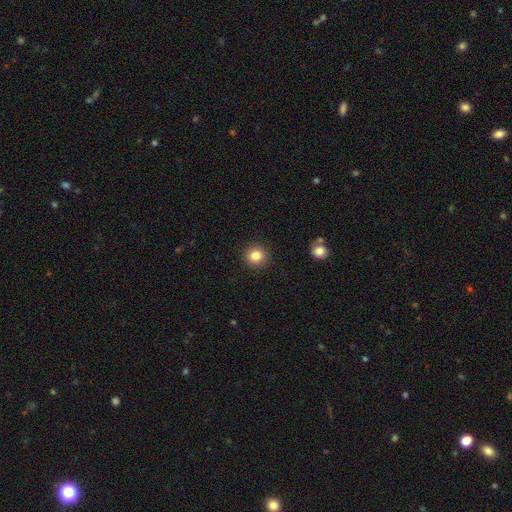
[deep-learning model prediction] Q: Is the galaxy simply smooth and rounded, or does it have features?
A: smooth — 83%.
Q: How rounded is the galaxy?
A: round — 92%.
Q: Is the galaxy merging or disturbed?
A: none — 91%.